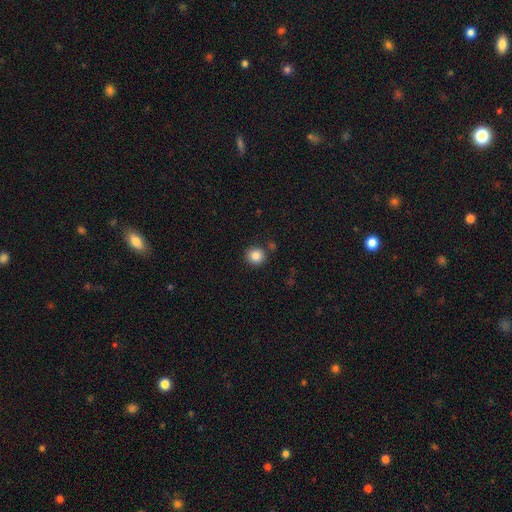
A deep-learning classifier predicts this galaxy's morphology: Overall: smooth (85%). How rounded: round (91%). Merging: none (85%).